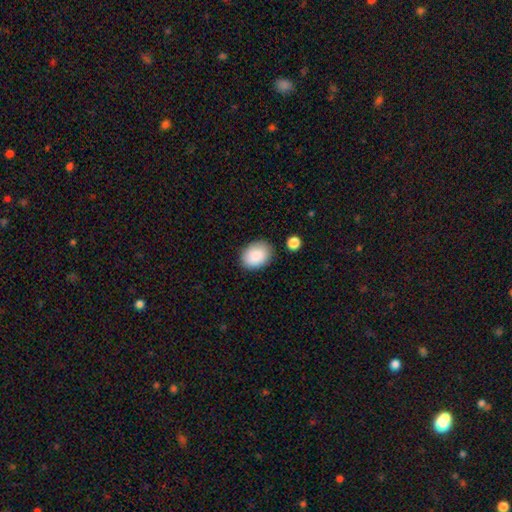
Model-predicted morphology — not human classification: Smooth or featured: smooth — 89% (star or artifact — 6%)
How rounded: in between — 78% (round — 21%)
Merging: none — 82% (minor disturbance — 12%)